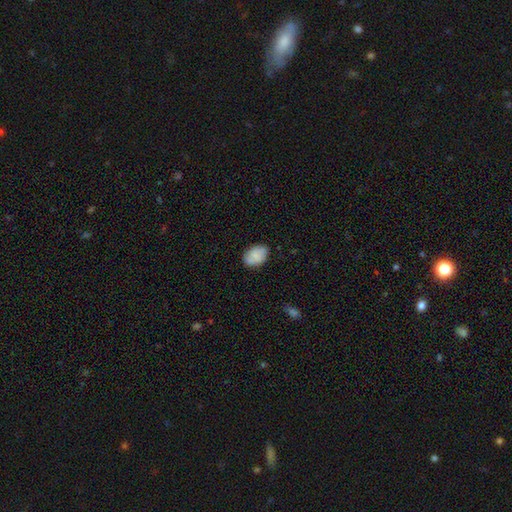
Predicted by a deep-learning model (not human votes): Overall: smooth (82%). How rounded: in between (84%). Merging: none (82%).